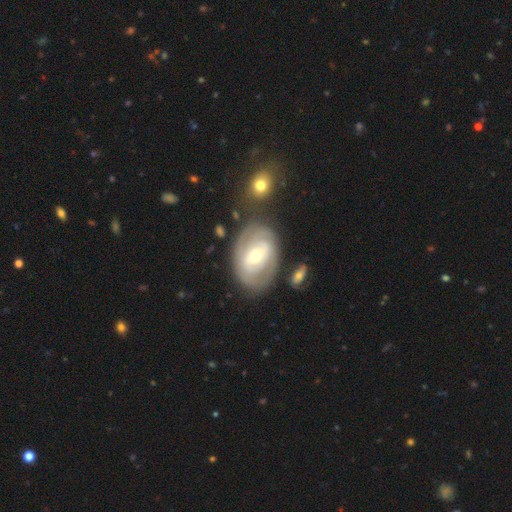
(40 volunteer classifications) This appears to be a featured or disk galaxy (85%) with a weak bar (56%), tight (62%) spiral arms (85%) and a moderate central bulge (50%, tied with small). Merging: none (74%).